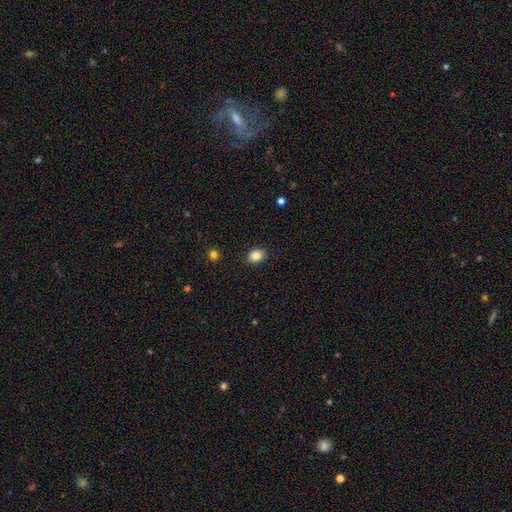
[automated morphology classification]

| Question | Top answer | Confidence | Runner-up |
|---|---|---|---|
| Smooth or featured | smooth | 86% | star or artifact (9%) |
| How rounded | in between | 63% | round (36%) |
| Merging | none | 89% | minor disturbance (8%) |